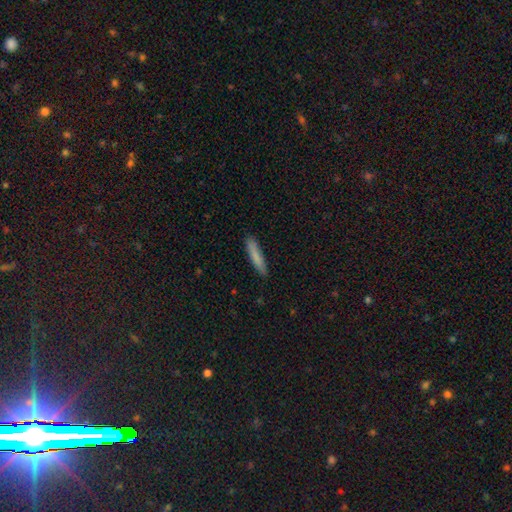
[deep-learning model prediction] Smooth or featured? Predicted: smooth (p=0.82). How rounded? Predicted: cigar-shaped (p=0.91). Merging? Predicted: none (p=0.88).